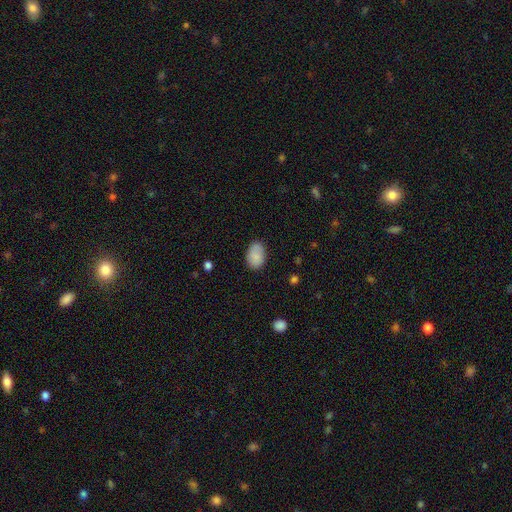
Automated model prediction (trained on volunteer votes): smooth 86%, star or artifact 7%, featured or disk 7%. Down the decision tree: how rounded — in between (85%); merging — none (79%).